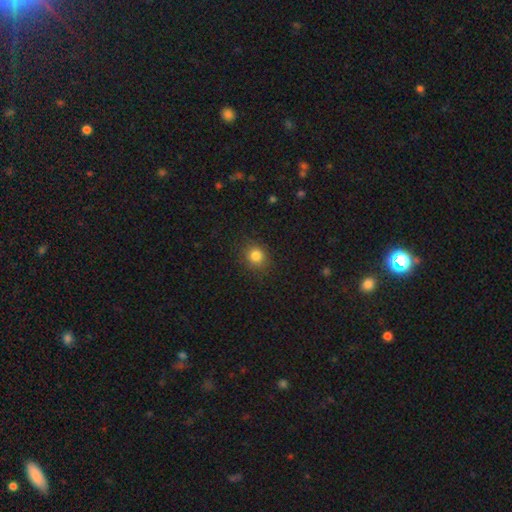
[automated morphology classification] This is clearly a smooth galaxy (83%). How rounded: clearly round (84%). Merging: clearly none (88%).